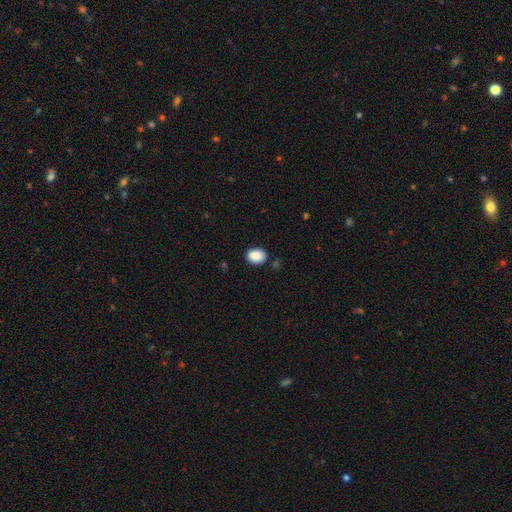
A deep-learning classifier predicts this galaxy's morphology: Overall: smooth (89%). How rounded: in between (68%; round 31%). Merging: none (83%).